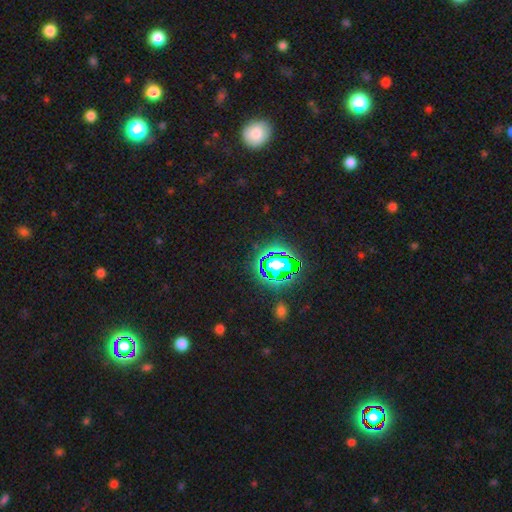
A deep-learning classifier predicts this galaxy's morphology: Smooth or featured? star or artifact (80%)